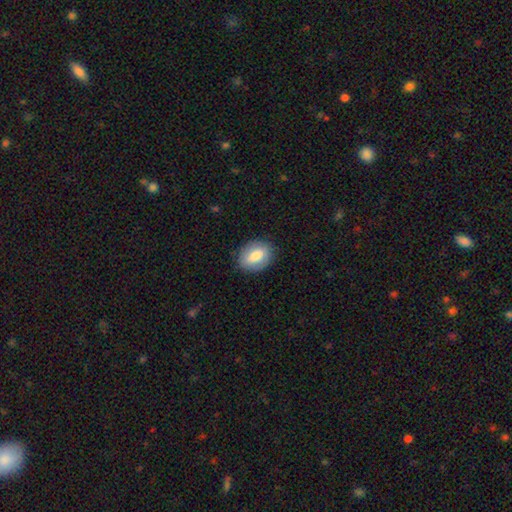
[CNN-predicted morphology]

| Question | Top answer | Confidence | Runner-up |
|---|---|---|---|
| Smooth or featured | smooth | 77% | featured or disk (16%) |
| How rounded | in between | 79% | round (20%) |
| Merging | none | 85% | minor disturbance (11%) |